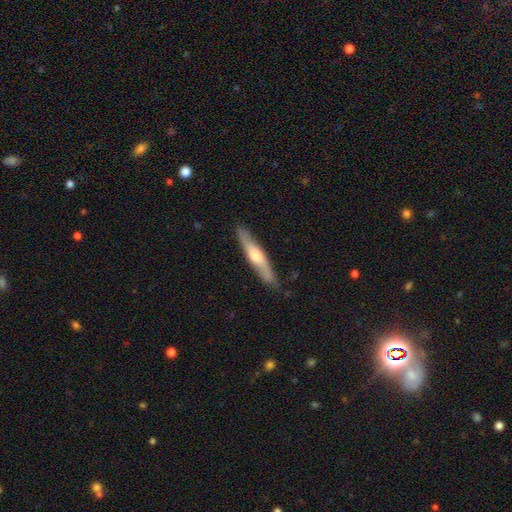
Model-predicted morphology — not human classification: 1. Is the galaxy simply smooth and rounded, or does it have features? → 53% featured or disk, 41% smooth, 5% star or artifact.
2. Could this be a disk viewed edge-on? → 85% yes, 15% no.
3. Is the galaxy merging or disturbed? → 85% none, 12% minor disturbance, 2% major disturbance, 1% merger.